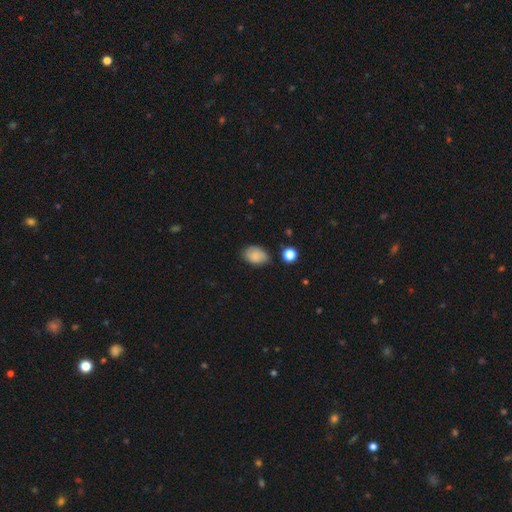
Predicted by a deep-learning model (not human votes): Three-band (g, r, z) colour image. It shows a smooth galaxy with no disk features (82%) that is in between round and cigar-shaped (81%). Merging: none (70%).